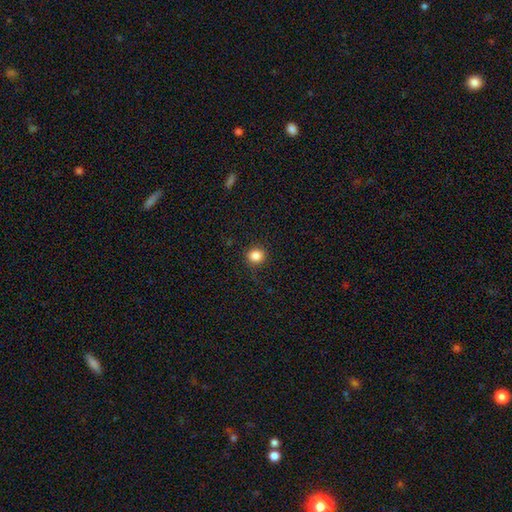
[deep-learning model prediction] The model was most divided on "how rounded": round: 84%, in between: 15%, cigar-shaped: 1%. More confident: merging — none (88%); smooth or featured — smooth (86%).